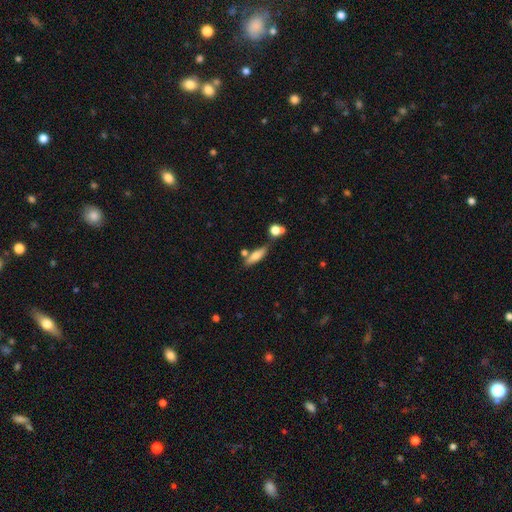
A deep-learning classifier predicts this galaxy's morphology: Smooth or featured?
  - smooth: 68% *
  - featured or disk: 24%
  - star or artifact: 8%
How rounded?
  - cigar-shaped: 56% *
  - in between: 41%
  - round: 3%
Merging?
  - none: 66% *
  - merger: 15%
  - minor disturbance: 14%
  - major disturbance: 5%